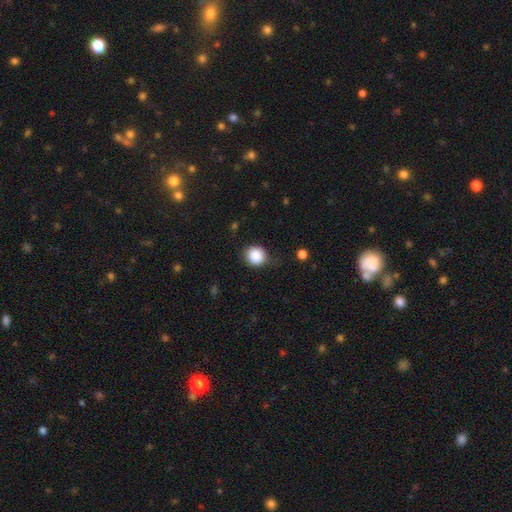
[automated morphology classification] Smooth or featured: smooth — 87% (star or artifact — 9%)
How rounded: round — 87% (in between — 12%)
Merging: none — 76% (minor disturbance — 18%)